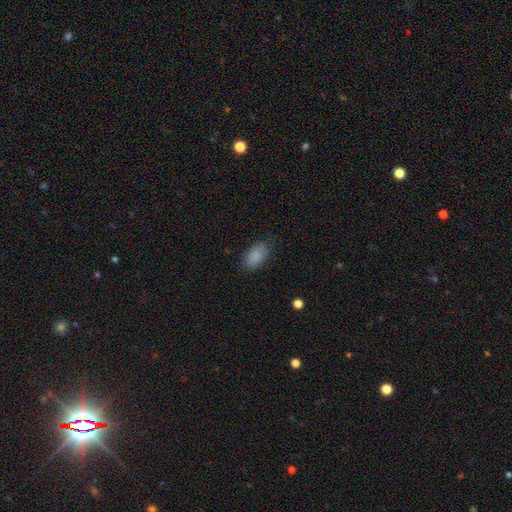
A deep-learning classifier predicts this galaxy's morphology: This is clearly a smooth galaxy (87%). How rounded: clearly in between (92%). Merging: likely none (80%).